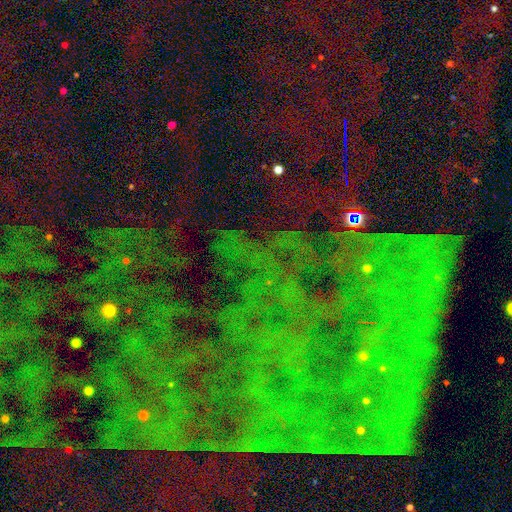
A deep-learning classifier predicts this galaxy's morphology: The model was most divided on "smooth or featured": star or artifact: 83%, featured or disk: 9%, smooth: 8%.